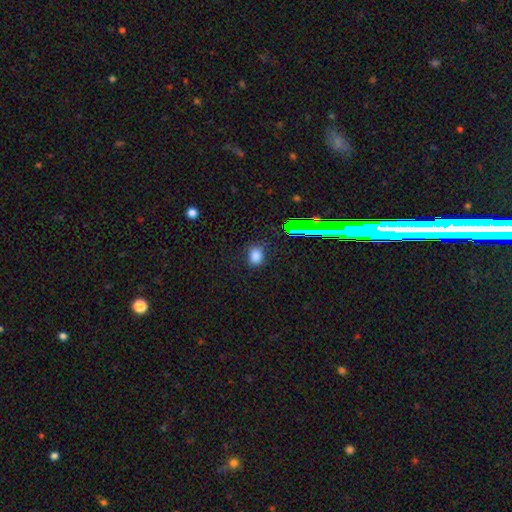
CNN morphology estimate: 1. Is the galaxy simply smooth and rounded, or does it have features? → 78% smooth, 17% star or artifact, 5% featured or disk.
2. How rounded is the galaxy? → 63% in between, 35% round, 1% cigar-shaped.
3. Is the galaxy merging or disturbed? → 79% none, 15% minor disturbance, 5% major disturbance, 2% merger.